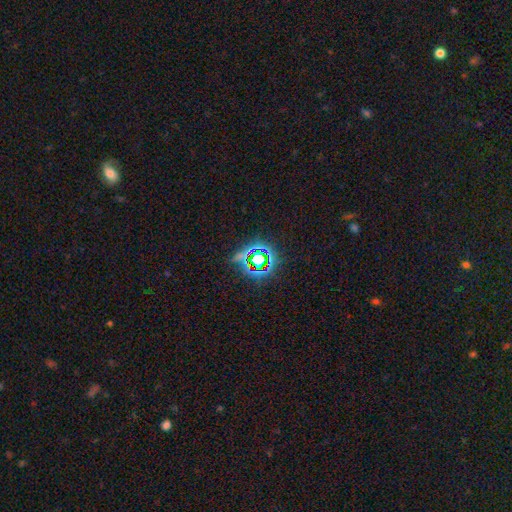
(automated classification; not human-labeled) A star or artifact, not a galaxy (72%).